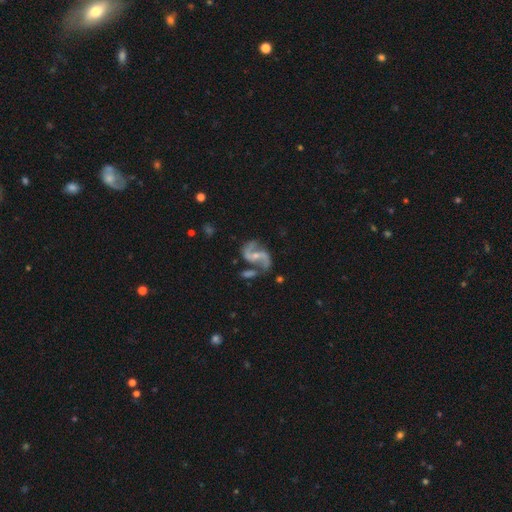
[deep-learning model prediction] The model was most divided on "bar": weak: 41%, no: 31%, strong: 28%. More confident: edge-on disk — no (98%); spiral arms — yes (96%); spiral arm count — 2 (92%); smooth or featured — featured or disk (89%); bulge size — small (58%); merging — none (58%); spiral winding — loose (54%).